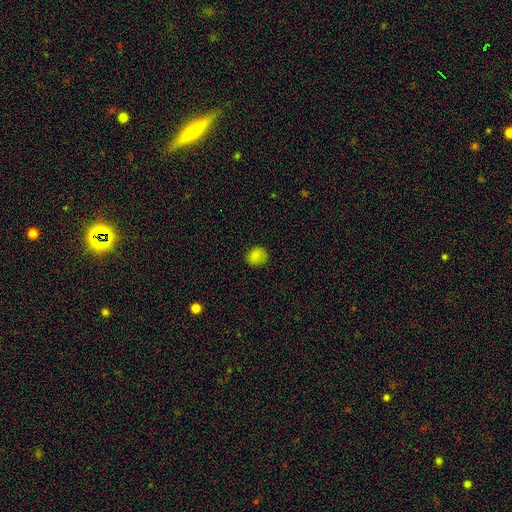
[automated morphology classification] Smooth or featured: smooth — 82% (star or artifact — 13%)
How rounded: round — 67% (in between — 32%)
Merging: none — 83% (minor disturbance — 13%)